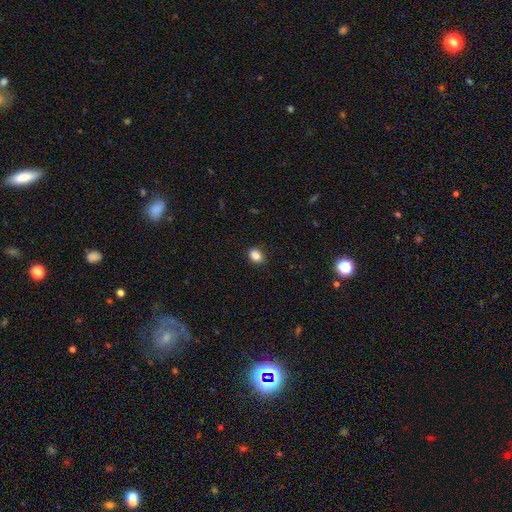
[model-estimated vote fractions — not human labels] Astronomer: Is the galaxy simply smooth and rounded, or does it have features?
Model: smooth — 86%.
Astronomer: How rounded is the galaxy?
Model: in between — 59% (runner-up: round, 39%).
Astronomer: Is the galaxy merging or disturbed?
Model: none — 85%.